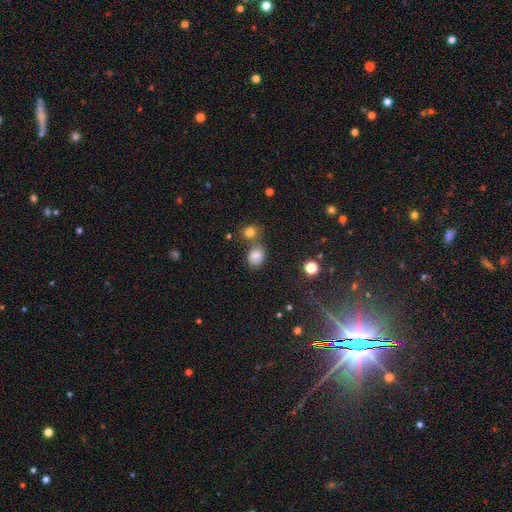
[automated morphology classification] The model was most divided on "how rounded": in between: 51%, round: 48%, cigar-shaped: 1%. More confident: smooth or featured — smooth (78%); merging — none (55%).